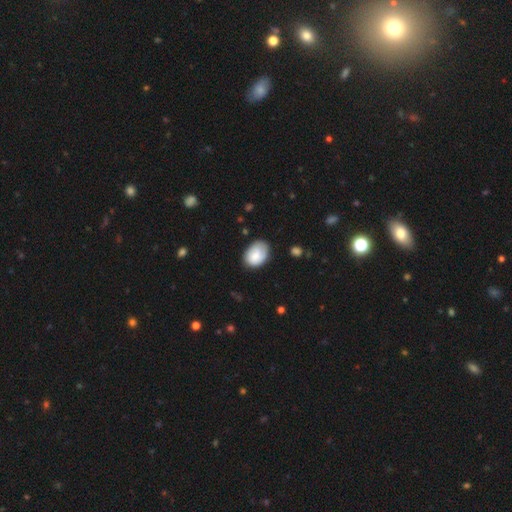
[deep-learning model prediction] Smooth or featured?
  - smooth: 76% *
  - featured or disk: 18%
  - star or artifact: 7%
How rounded?
  - in between: 75% *
  - round: 24%
  - cigar-shaped: 1%
Merging?
  - none: 69% *
  - minor disturbance: 24%
  - major disturbance: 5%
  - merger: 2%